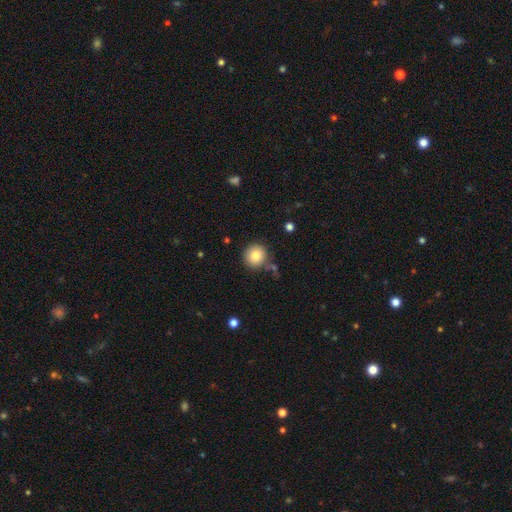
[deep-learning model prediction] smooth-or-featured: smooth: 84% | star or artifact: 9% | featured or disk: 7%
  how-rounded: round: 93% | in between: 6% | cigar-shaped: 1%
  merging: none: 80% | minor disturbance: 11% | merger: 6% | major disturbance: 3%